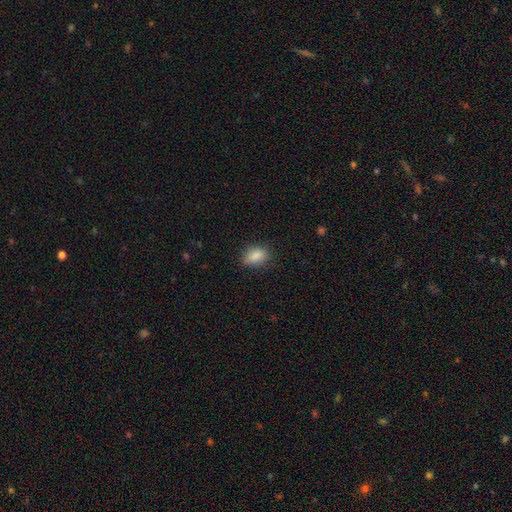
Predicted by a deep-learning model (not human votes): A smooth galaxy with no disk features (87%) that is in between round and cigar-shaped (82%).

Vote fractions:
- Smooth or featured? smooth: 87% / star or artifact: 8% / featured or disk: 5%
- How rounded? in between: 82% / round: 16% / cigar-shaped: 3%
- Merging? none: 79% / minor disturbance: 17% / major disturbance: 4% / merger: 1%